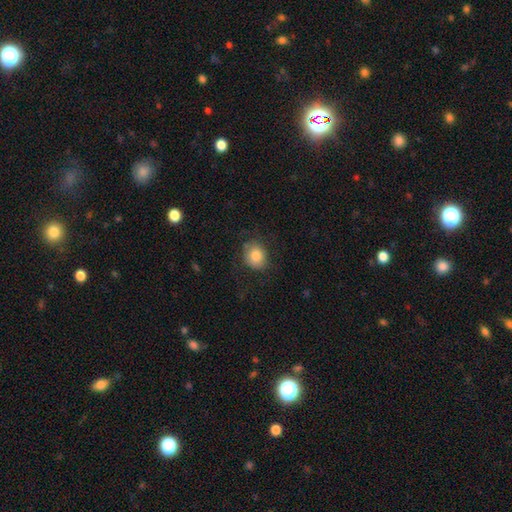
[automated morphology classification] Smooth or featured? smooth (82%)
How rounded? round (69%)
Merging? none (73%)